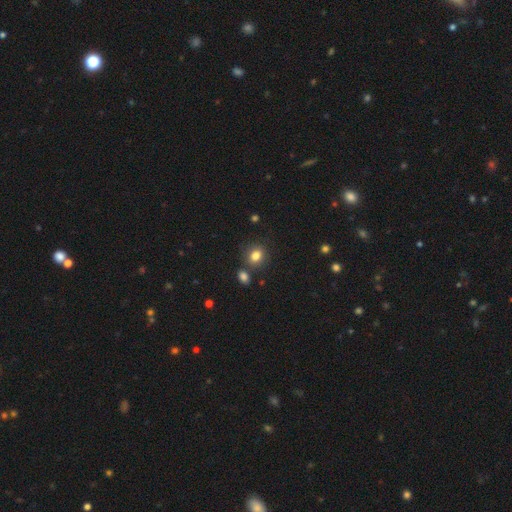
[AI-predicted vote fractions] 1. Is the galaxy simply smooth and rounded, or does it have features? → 82% smooth, 11% star or artifact, 6% featured or disk.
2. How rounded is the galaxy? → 64% round, 35% in between, 1% cigar-shaped.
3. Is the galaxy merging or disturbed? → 77% none, 11% minor disturbance, 9% merger, 3% major disturbance.